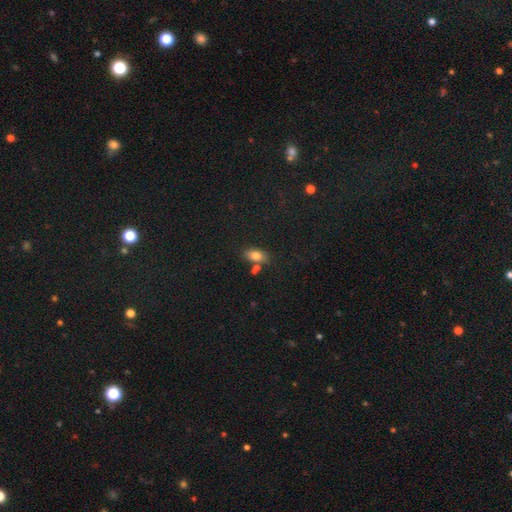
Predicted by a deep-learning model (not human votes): Smooth or featured: smooth — 78% (featured or disk — 12%)
How rounded: in between — 86% (round — 9%)
Merging: none — 67% (merger — 15%)